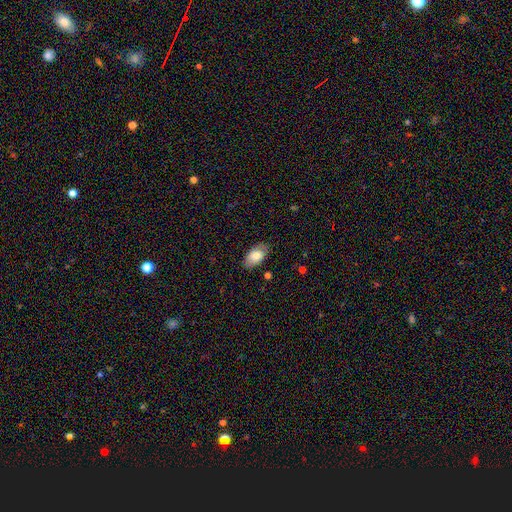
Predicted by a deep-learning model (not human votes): Smooth or featured: smooth — 76% (featured or disk — 17%)
How rounded: in between — 95% (round — 3%)
Merging: none — 82% (minor disturbance — 14%)